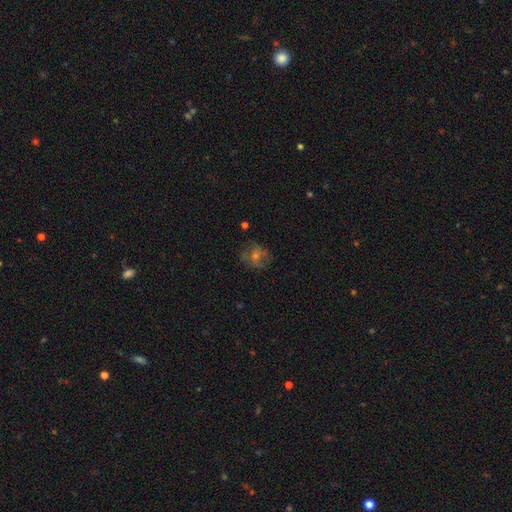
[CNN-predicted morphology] This appears to be a smooth galaxy with no disk features (40%, tied with featured or disk). Merging: none (70%).